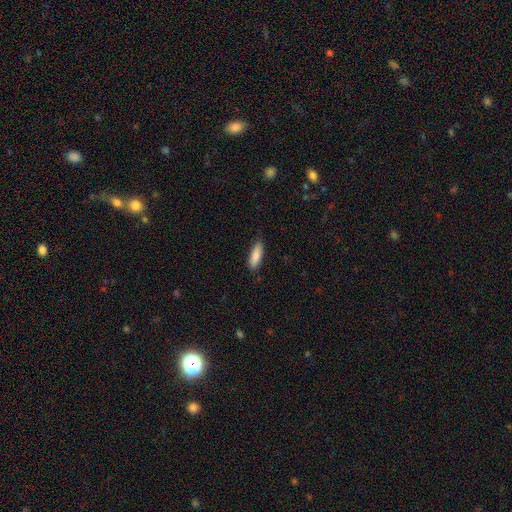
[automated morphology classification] Q: Smooth or featured?
A: smooth (86%); runner-up: featured or disk (8%)
Q: How rounded?
A: in between (50%); runner-up: cigar-shaped (49%)
Q: Merging?
A: none (86%); runner-up: minor disturbance (11%)